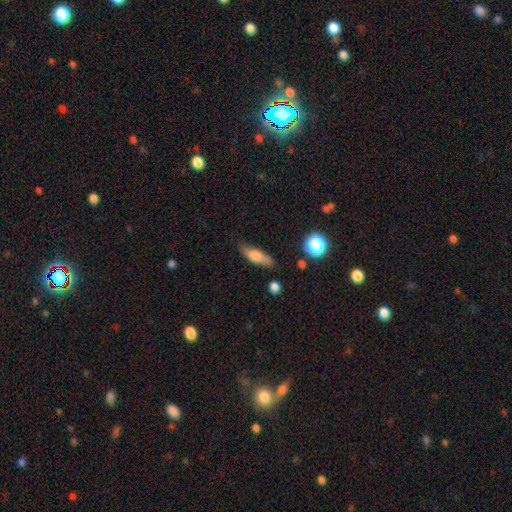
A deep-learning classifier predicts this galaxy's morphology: This is likely a smooth galaxy (68%). How rounded: possibly in between (53%). Merging: likely none (73%).